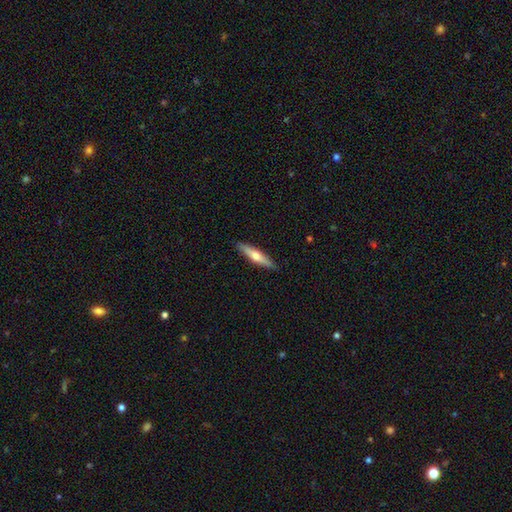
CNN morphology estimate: The model was most divided on "smooth or featured": smooth: 50%, featured or disk: 45%, star or artifact: 5%. More confident: merging — none (90%).